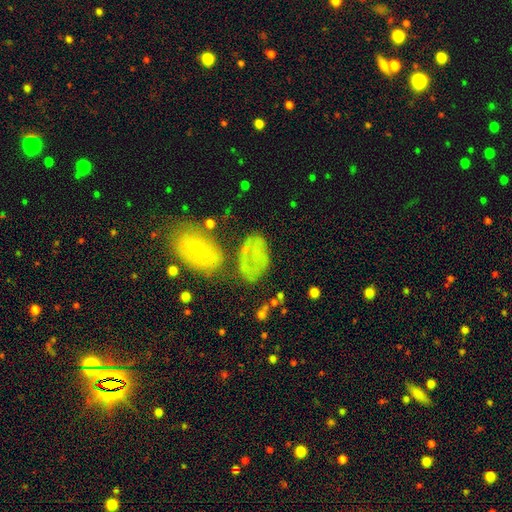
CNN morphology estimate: A smooth galaxy with no disk features (47%).

Vote fractions:
- Smooth or featured? smooth: 47% / featured or disk: 34% / star or artifact: 18%
- Merging? none: 44% / minor disturbance: 23% / major disturbance: 19% / merger: 14%